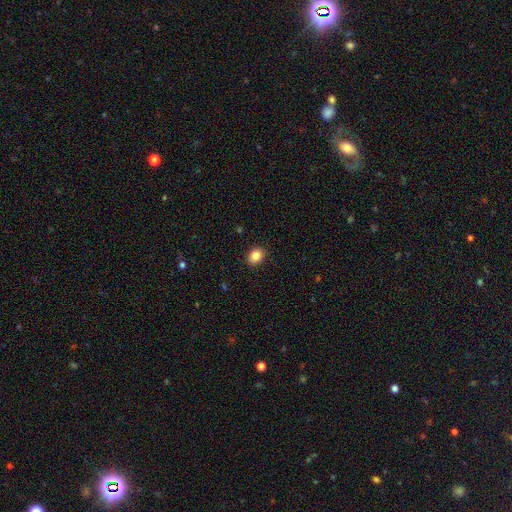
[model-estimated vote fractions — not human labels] Q: Smooth or featured?
A: smooth (86%); runner-up: star or artifact (10%)
Q: How rounded?
A: round (51%); runner-up: in between (49%)
Q: Merging?
A: none (90%); runner-up: minor disturbance (7%)